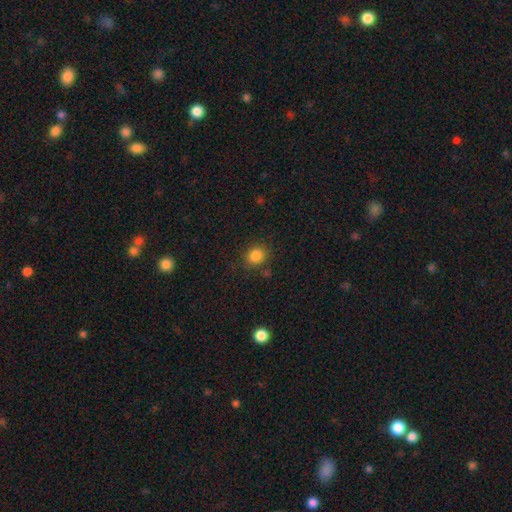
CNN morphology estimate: This is clearly a smooth galaxy (84%). How rounded: likely round (71%). Merging: likely none (80%).